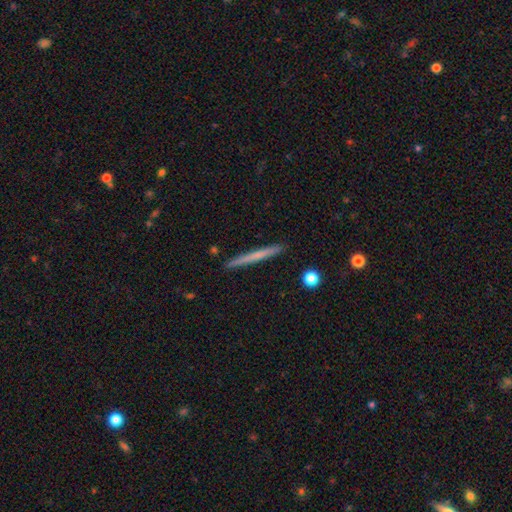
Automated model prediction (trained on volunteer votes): Smooth or featured: smooth — 56% (featured or disk — 38%)
How rounded: cigar-shaped — 97% (in between — 2%)
Merging: none — 92% (minor disturbance — 6%)